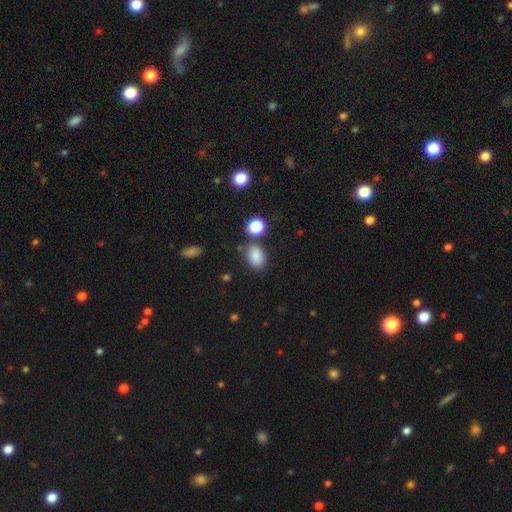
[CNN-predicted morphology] A smooth galaxy with no disk features (85%) that is in between round and cigar-shaped (82%). Merging: none (71%).